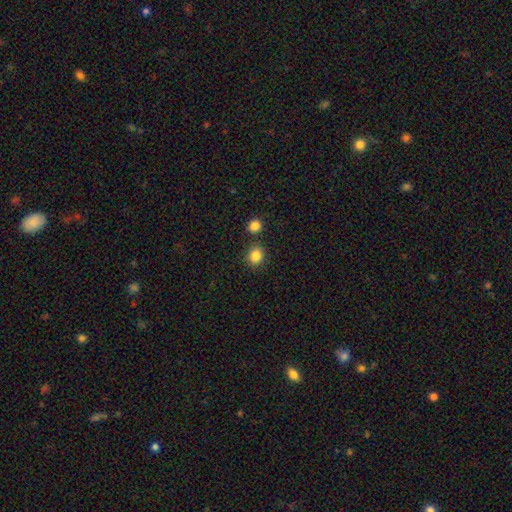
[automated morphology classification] This is clearly a smooth galaxy (84%). How rounded: likely round (77%). Merging: clearly none (81%).